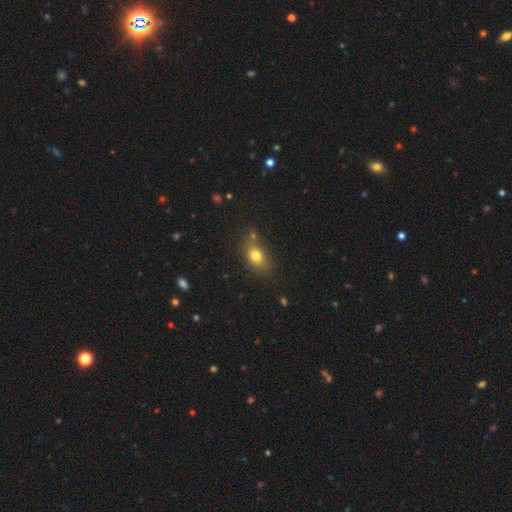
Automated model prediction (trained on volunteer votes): A smooth galaxy with no disk features (76%) that is in between round and cigar-shaped (75%). Merging: none (68%).